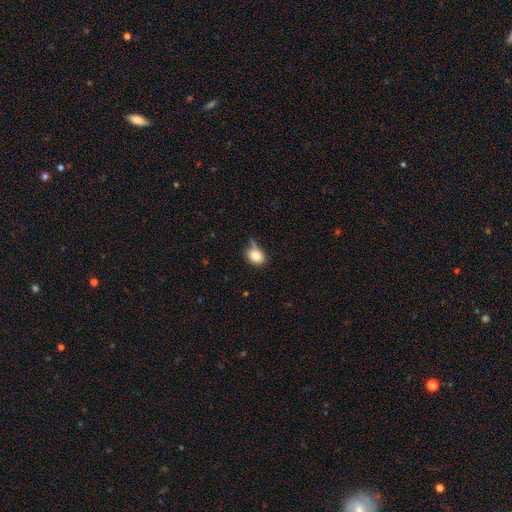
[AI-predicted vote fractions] The model was most divided on "merging": none: 45%, minor disturbance: 35%, major disturbance: 13%, merger: 7%. More confident: smooth or featured — smooth (82%); how rounded — in between (57%).